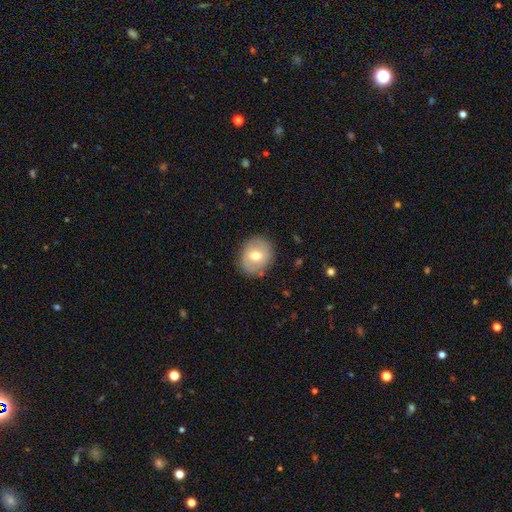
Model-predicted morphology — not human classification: A smooth galaxy with no disk features (62%) that is round (66%). Merging: none (84%).